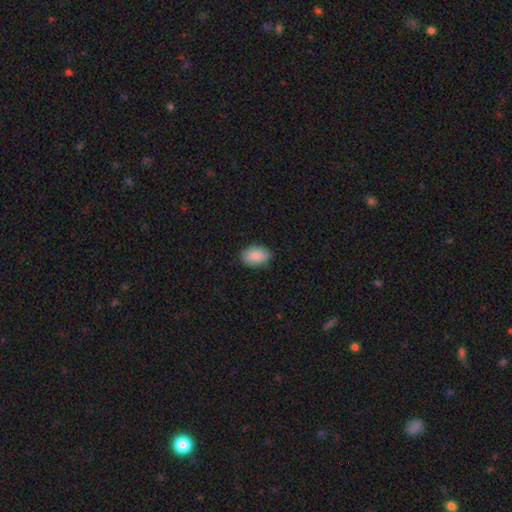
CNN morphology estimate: This is clearly a smooth galaxy (88%). How rounded: clearly in between (88%). Merging: clearly none (84%).